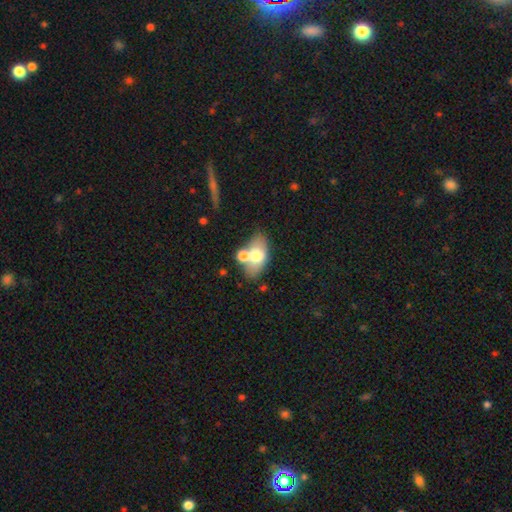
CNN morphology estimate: The model was most divided on "merging": none: 55%, merger: 26%, minor disturbance: 14%, major disturbance: 5%. More confident: how rounded — in between (88%); smooth or featured — smooth (67%).